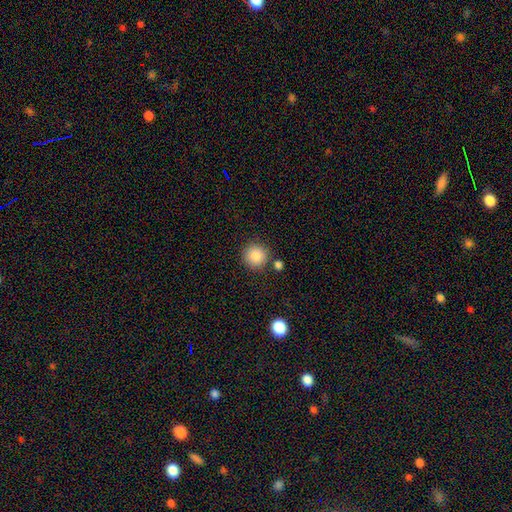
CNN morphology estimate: smooth-or-featured: smooth: 86% | star or artifact: 9% | featured or disk: 5%
  how-rounded: round: 95% | in between: 4% | cigar-shaped: 1%
  merging: none: 84% | minor disturbance: 8% | merger: 6% | major disturbance: 3%